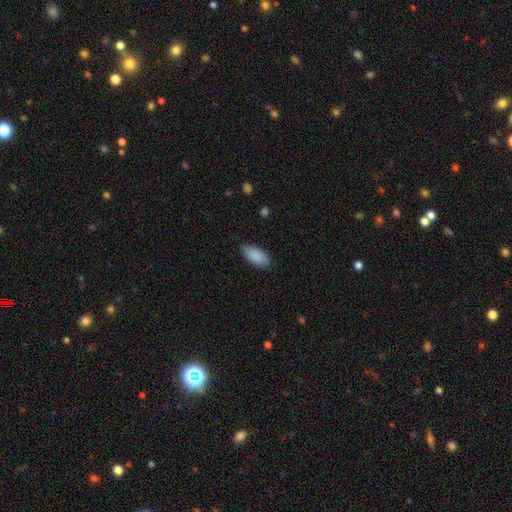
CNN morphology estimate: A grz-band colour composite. It shows a smooth galaxy with no disk features (89%) that is in between round and cigar-shaped (91%). Merging: none (84%).